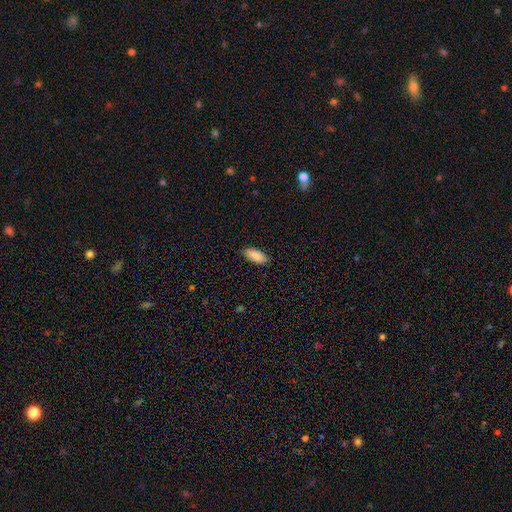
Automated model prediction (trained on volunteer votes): Smooth or featured: smooth — 90% (star or artifact — 6%)
How rounded: in between — 86% (cigar-shaped — 12%)
Merging: none — 87% (minor disturbance — 10%)